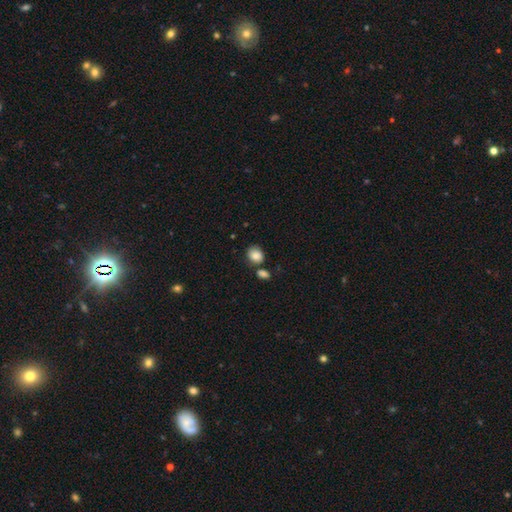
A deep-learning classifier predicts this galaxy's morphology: Smooth or featured? smooth (85%)
How rounded? round (58%)
Merging? none (59%)